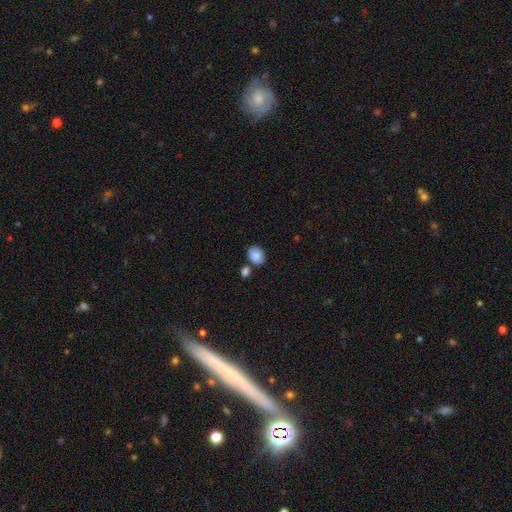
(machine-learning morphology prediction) Q: Smooth or featured?
A: smooth (87%); runner-up: star or artifact (8%)
Q: How rounded?
A: in between (62%); runner-up: round (37%)
Q: Merging?
A: none (68%); runner-up: merger (15%)